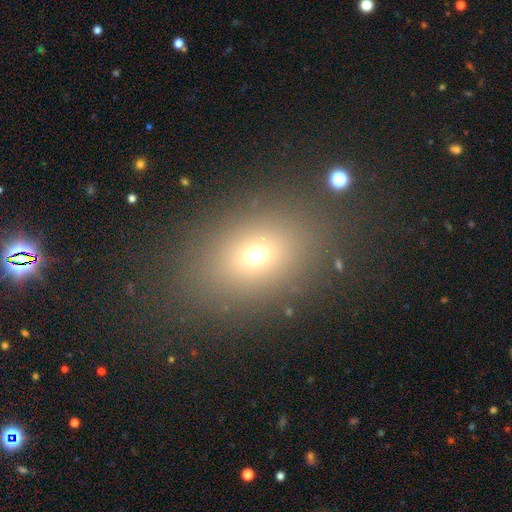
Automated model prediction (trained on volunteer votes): Smooth or featured: smooth — 66% (star or artifact — 21%)
How rounded: in between — 63% (round — 35%)
Merging: none — 84% (minor disturbance — 9%)